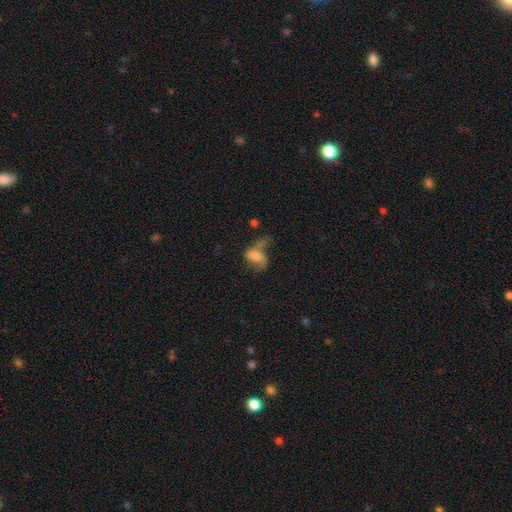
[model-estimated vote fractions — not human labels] smooth_or_featured: featured or disk (p=0.46) [alt: smooth p=0.42]
merging: major disturbance (p=0.42) [alt: none p=0.25]